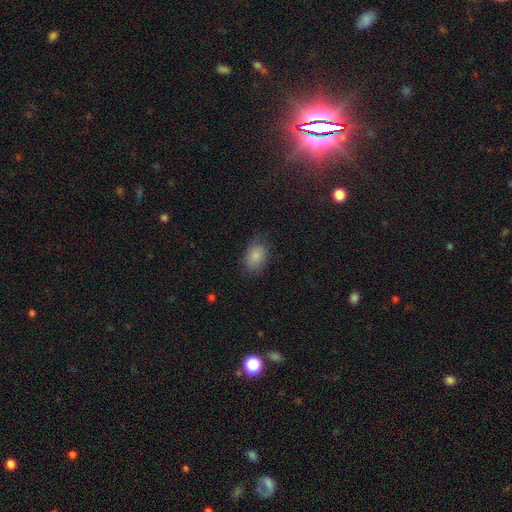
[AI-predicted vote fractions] Smooth or featured? smooth (86%)
How rounded? in between (83%)
Merging? none (75%)